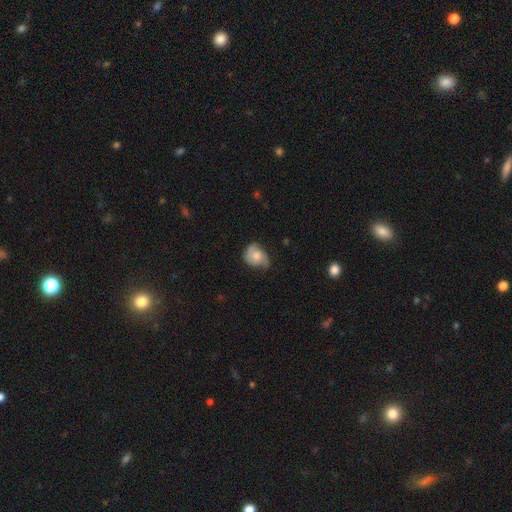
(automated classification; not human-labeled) featured or disk 47%, smooth 45%, star or artifact 7%. Down the decision tree: merging — none (49%).